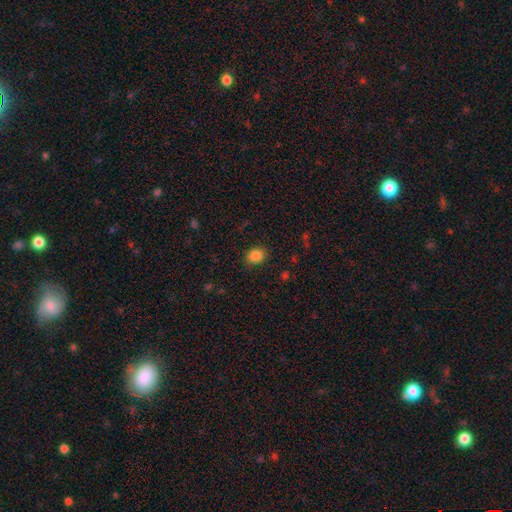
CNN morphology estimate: This appears to be a smooth galaxy with no disk features (86%) that is in between round and cigar-shaped (53%). Merging: none (85%).